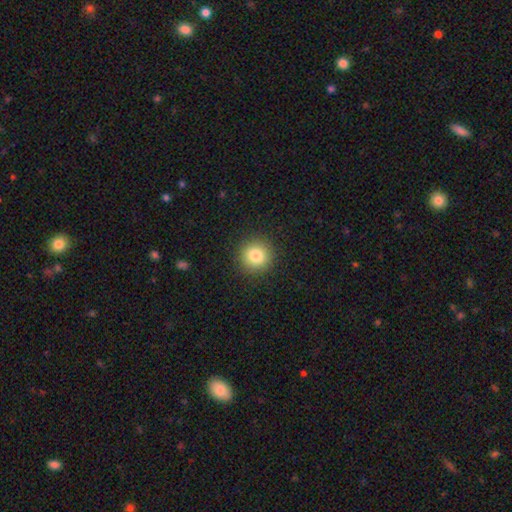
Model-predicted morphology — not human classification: This is clearly a smooth galaxy (82%). How rounded: clearly round (93%). Merging: clearly none (91%).